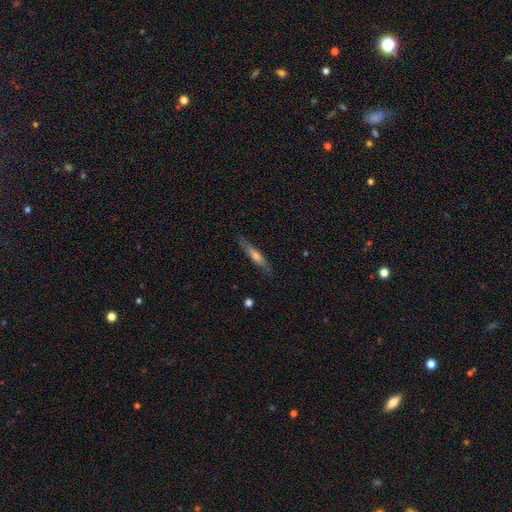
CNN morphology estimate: Q: Smooth or featured?
A: smooth (53%); runner-up: featured or disk (41%)
Q: How rounded?
A: cigar-shaped (88%); runner-up: in between (10%)
Q: Merging?
A: none (83%); runner-up: minor disturbance (13%)